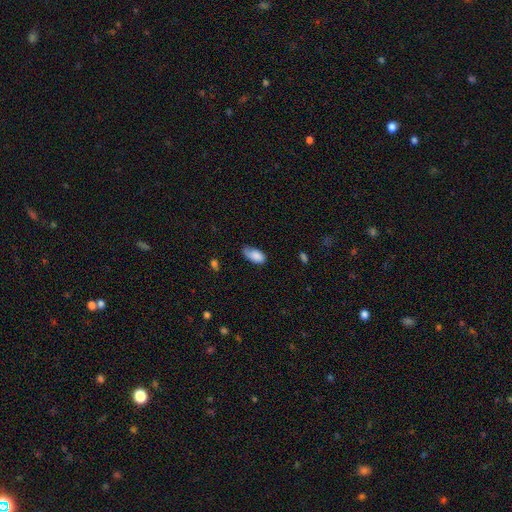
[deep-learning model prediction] smooth-or-featured: smooth: 85% | featured or disk: 8% | star or artifact: 7%
  how-rounded: in between: 93% | cigar-shaped: 4% | round: 3%
  merging: none: 50% | minor disturbance: 39% | major disturbance: 10% | merger: 2%